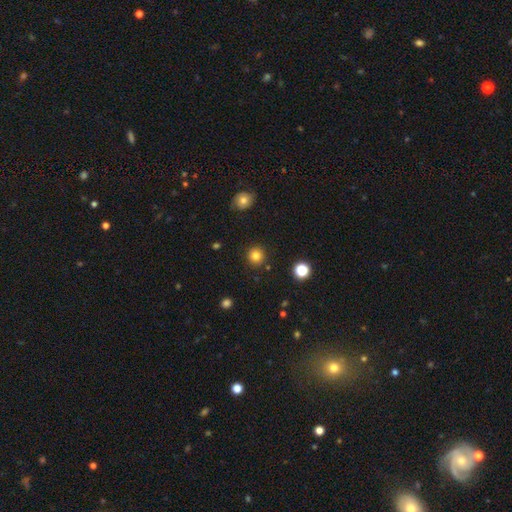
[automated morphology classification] smooth_or_featured: smooth (p=0.82) [alt: star or artifact p=0.12]
how_rounded: round (p=0.94) [alt: in between p=0.05]
merging: none (p=0.90) [alt: minor disturbance p=0.06]